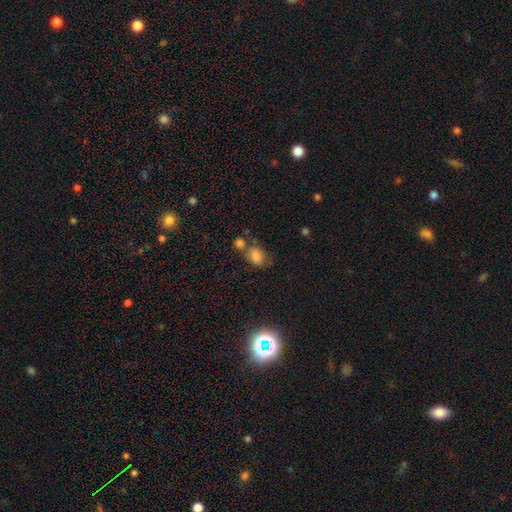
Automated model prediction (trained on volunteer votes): A smooth galaxy with no disk features (76%) that is in between round and cigar-shaped (70%). Merging: none (53%).